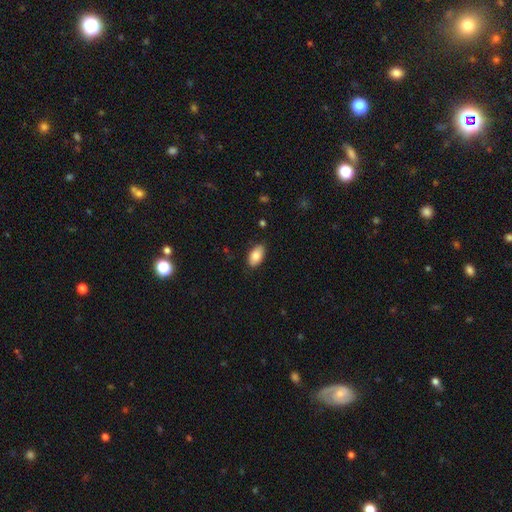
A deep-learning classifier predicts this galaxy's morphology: Smooth or featured? Predicted: smooth (p=0.84). How rounded? Predicted: in between (p=0.94). Merging? Predicted: none (p=0.84).